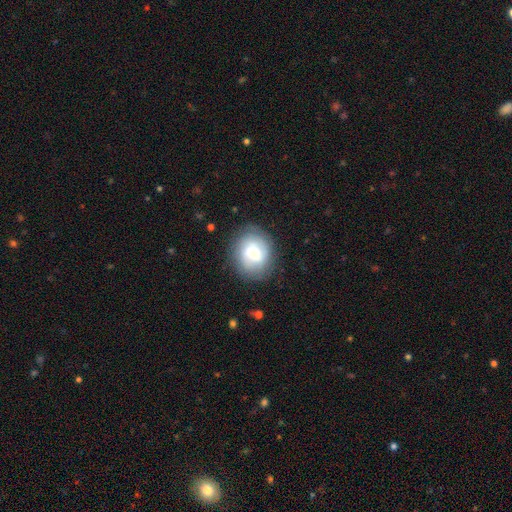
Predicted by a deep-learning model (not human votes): smooth_or_featured: smooth (p=0.61) [alt: featured or disk p=0.31]
how_rounded: round (p=0.68) [alt: in between p=0.31]
merging: none (p=0.80) [alt: minor disturbance p=0.14]